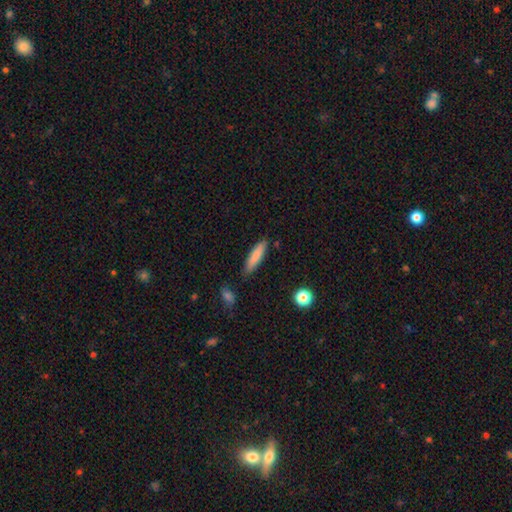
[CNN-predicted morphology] type=smooth (82%); roundness=cigar-shaped (74%); merging=none (85%).